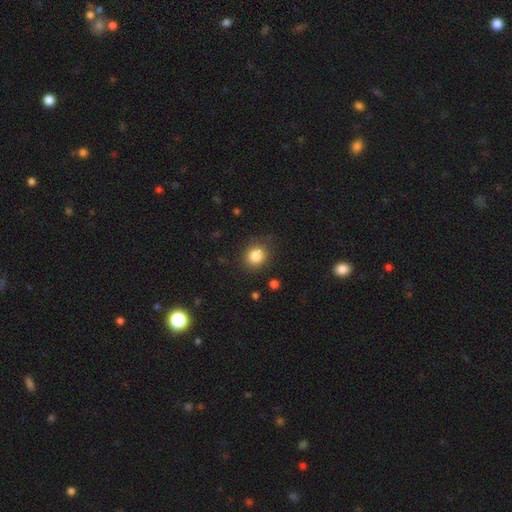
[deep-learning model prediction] This is clearly a smooth galaxy (83%). How rounded: likely round (76%). Merging: clearly none (84%).